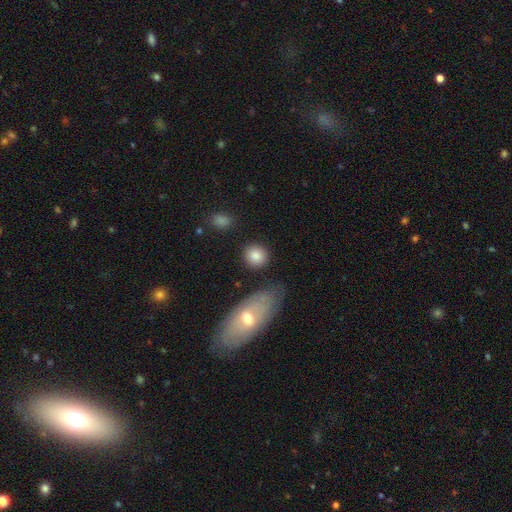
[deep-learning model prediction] smooth-or-featured: smooth: 85% | star or artifact: 7% | featured or disk: 7%
  how-rounded: round: 84% | in between: 14% | cigar-shaped: 1%
  merging: none: 83% | minor disturbance: 9% | merger: 4% | major disturbance: 4%